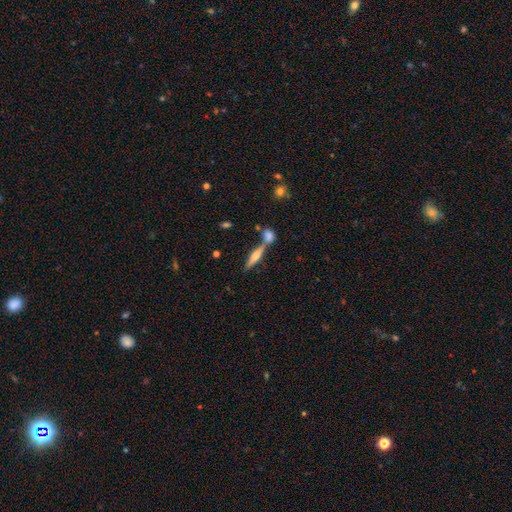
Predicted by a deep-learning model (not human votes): The model was most divided on "smooth or featured": featured or disk: 58%, smooth: 34%, star or artifact: 8%. More confident: edge-on disk — yes (95%); edge-on bulge — rounded (84%); merging — none (63%).